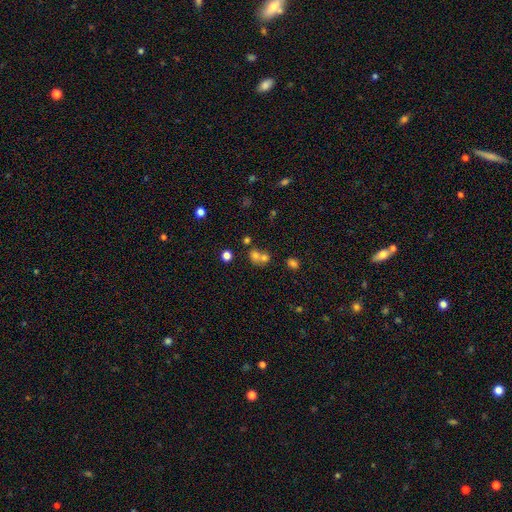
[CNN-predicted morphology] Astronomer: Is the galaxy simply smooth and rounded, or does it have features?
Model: smooth — 67%.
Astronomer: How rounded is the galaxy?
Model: round — 72%.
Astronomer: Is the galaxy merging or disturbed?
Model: merger — 55% (runner-up: none, 35%).